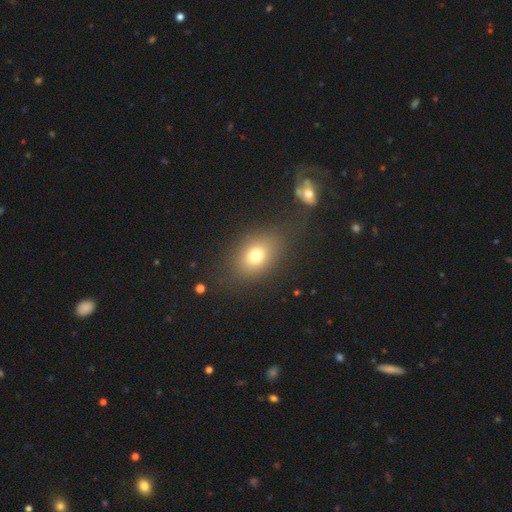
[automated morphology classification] The model was most divided on "how rounded": in between: 64%, round: 34%, cigar-shaped: 1%. More confident: merging — none (75%); smooth or featured — smooth (74%).